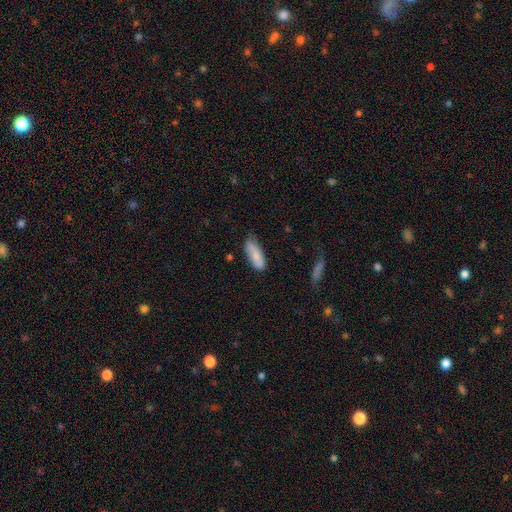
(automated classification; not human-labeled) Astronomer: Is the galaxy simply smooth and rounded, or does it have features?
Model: smooth — 79%.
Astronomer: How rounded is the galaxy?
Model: in between — 68%.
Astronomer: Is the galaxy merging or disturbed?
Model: none — 67%.